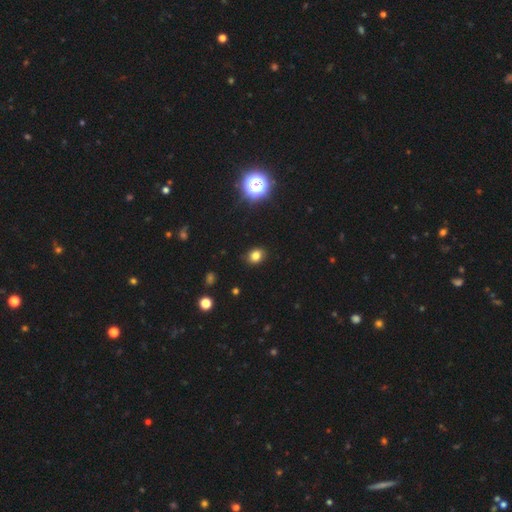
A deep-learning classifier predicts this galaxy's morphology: Q: Smooth or featured?
A: smooth (80%); runner-up: star or artifact (15%)
Q: How rounded?
A: round (55%); runner-up: in between (44%)
Q: Merging?
A: none (87%); runner-up: minor disturbance (10%)